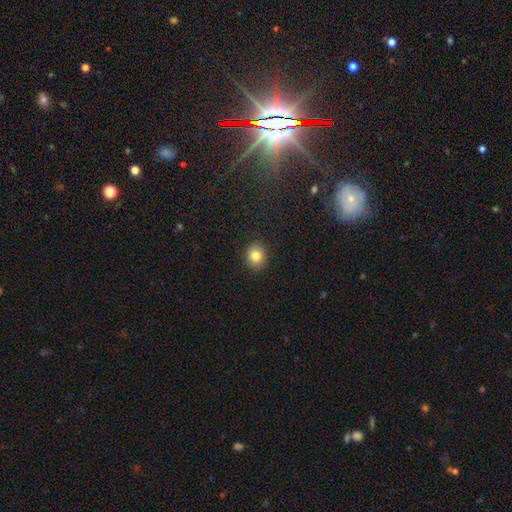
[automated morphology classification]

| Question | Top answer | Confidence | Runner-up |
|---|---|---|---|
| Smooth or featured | smooth | 83% | star or artifact (10%) |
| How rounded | round | 71% | in between (28%) |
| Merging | none | 90% | minor disturbance (7%) |